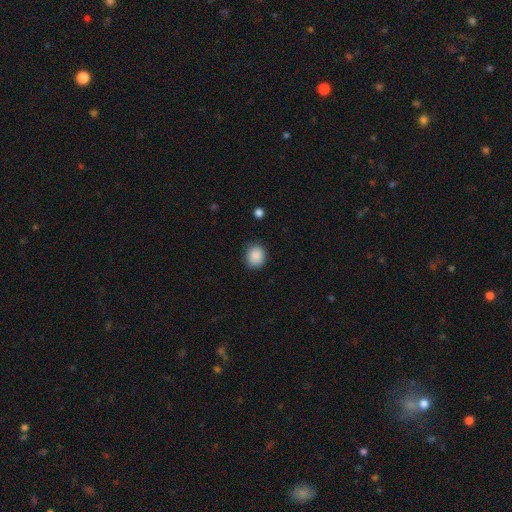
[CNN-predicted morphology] This appears to be a smooth galaxy with no disk features (88%) that is round (76%). Merging: none (85%).